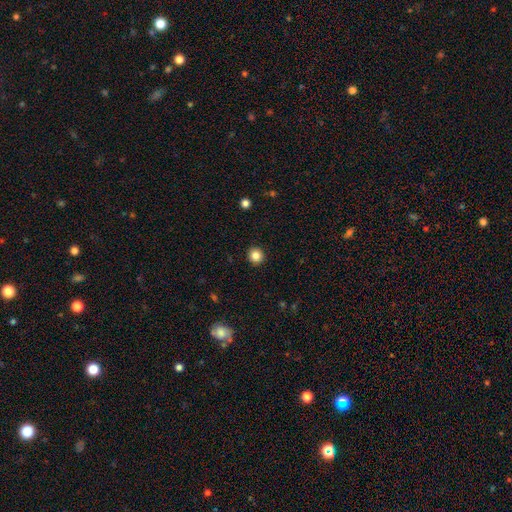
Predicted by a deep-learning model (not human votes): This is clearly a smooth galaxy (84%). How rounded: clearly round (92%). Merging: clearly none (93%).